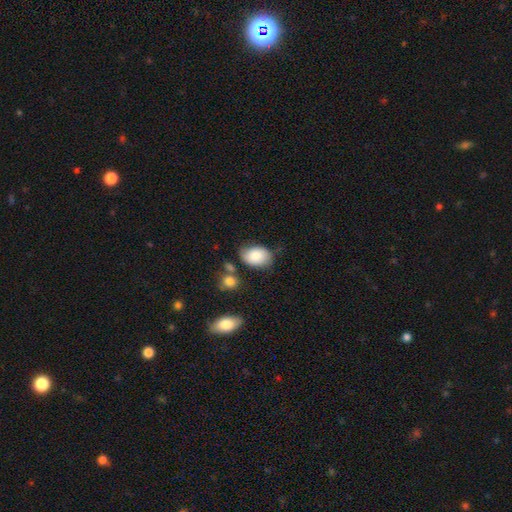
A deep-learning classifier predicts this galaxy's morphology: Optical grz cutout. It shows a smooth galaxy with no disk features (83%) that is in between round and cigar-shaped (80%). Merging: none (65%).